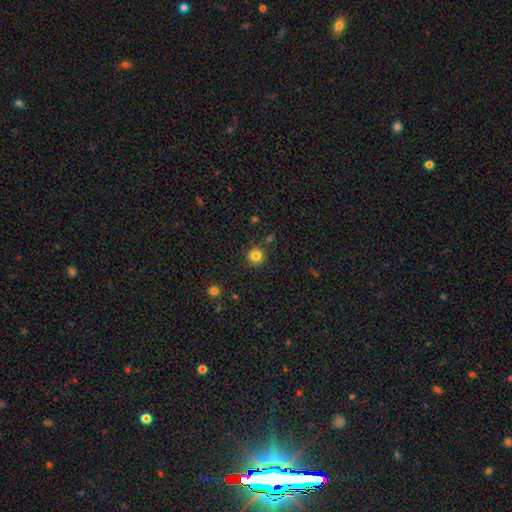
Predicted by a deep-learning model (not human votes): Smooth or featured? smooth (82%)
How rounded? round (94%)
Merging? none (87%)